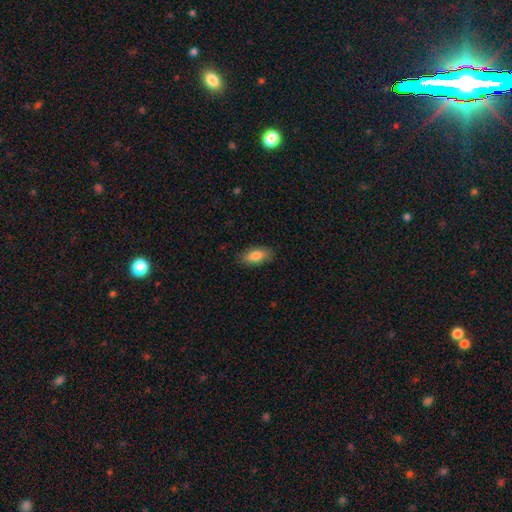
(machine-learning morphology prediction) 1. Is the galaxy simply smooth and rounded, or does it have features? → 83% smooth, 10% featured or disk, 6% star or artifact.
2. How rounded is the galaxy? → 88% in between, 10% cigar-shaped, 3% round.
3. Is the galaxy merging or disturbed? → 86% none, 10% minor disturbance, 2% major disturbance, 1% merger.